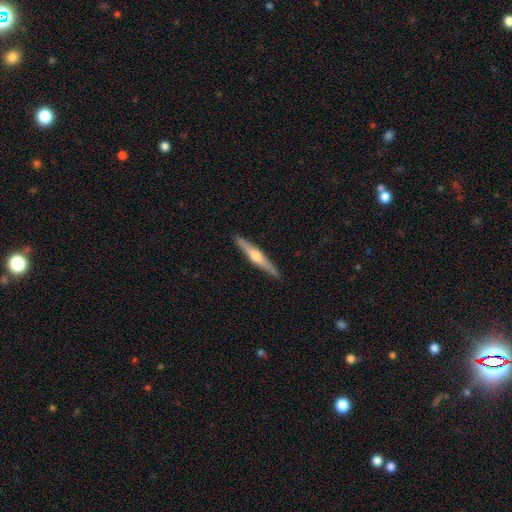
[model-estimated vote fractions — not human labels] A featured or disk galaxy (64%) viewed edge-on (97%) with a rounded central bulge (89%).

Vote fractions:
- Smooth or featured? featured or disk: 64% / smooth: 31% / star or artifact: 5%
- Edge-on disk? yes: 97% / no: 3%
- Edge-on bulge? rounded: 89% / none: 6% / boxy: 5%
- Merging? none: 91% / minor disturbance: 6% / major disturbance: 1% / merger: 1%